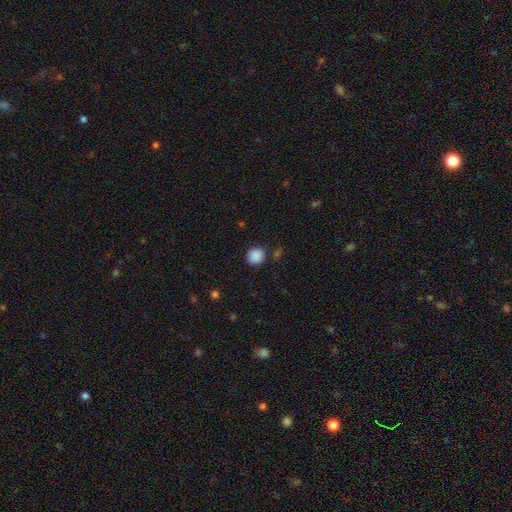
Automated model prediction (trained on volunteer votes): Smooth or featured? smooth (88%)
How rounded? round (91%)
Merging? none (84%)